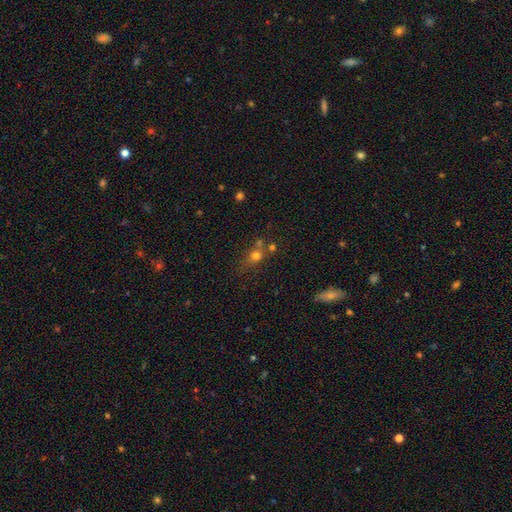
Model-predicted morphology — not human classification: This is likely a smooth galaxy (70%). How rounded: likely round (71%). Merging: possibly none (49%).